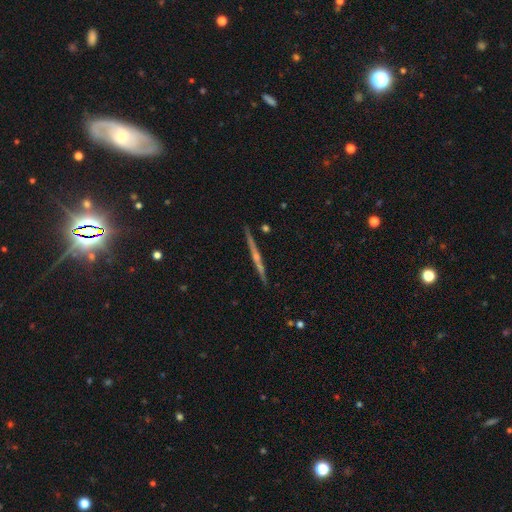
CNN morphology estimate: This appears to be a featured or disk galaxy (77%) viewed edge-on (98%) with a rounded central bulge (65%). Merging: none (91%).